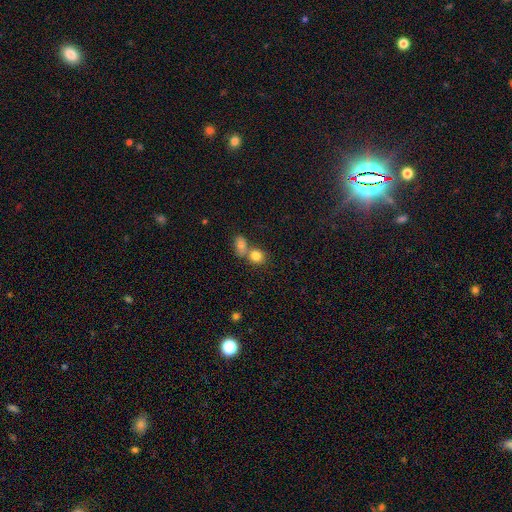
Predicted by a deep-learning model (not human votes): The model was most divided on "merging": merger: 47%, none: 42%, minor disturbance: 8%, major disturbance: 4%. More confident: smooth or featured — smooth (81%); how rounded — round (68%).